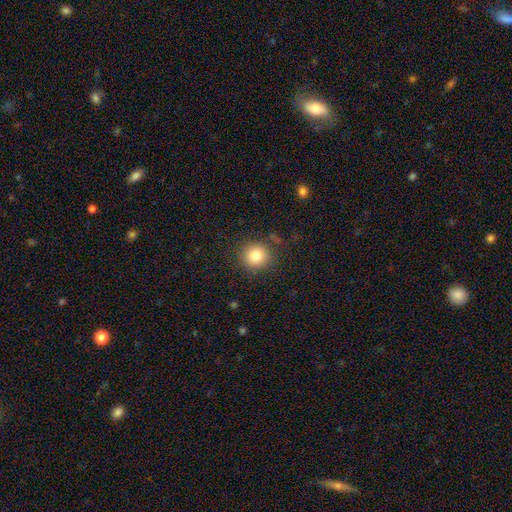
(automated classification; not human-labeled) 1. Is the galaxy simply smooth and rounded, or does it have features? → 82% smooth, 11% star or artifact, 7% featured or disk.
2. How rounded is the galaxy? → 91% round, 8% in between, 1% cigar-shaped.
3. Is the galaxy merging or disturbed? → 87% none, 9% minor disturbance, 3% major disturbance, 2% merger.